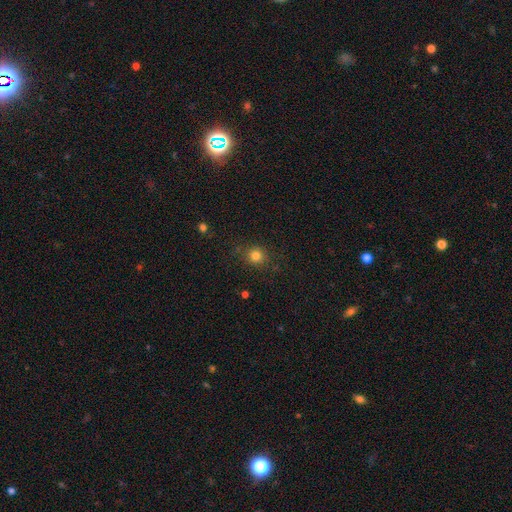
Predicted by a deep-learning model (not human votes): The model was most divided on "smooth or featured": smooth: 81%, star or artifact: 13%, featured or disk: 5%. More confident: how rounded — round (88%); merging — none (85%).